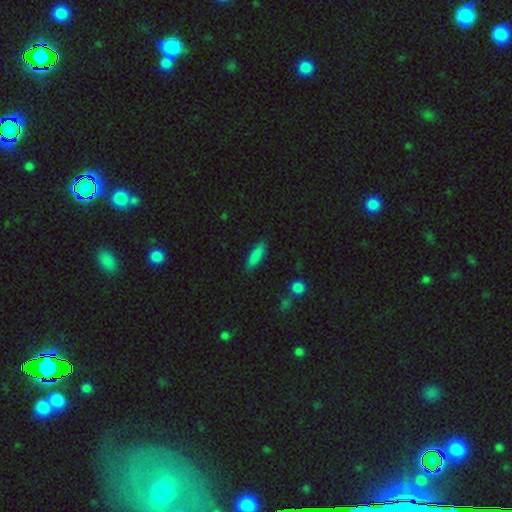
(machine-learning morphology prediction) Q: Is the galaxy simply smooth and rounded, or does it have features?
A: smooth — 86%.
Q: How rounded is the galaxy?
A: cigar-shaped — 50%.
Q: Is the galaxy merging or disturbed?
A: none — 86%.